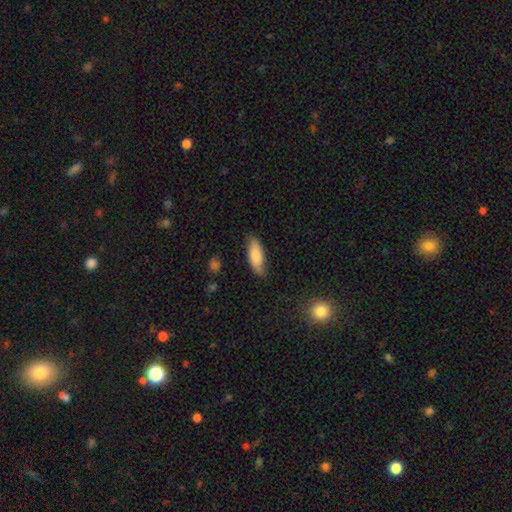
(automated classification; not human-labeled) The model was most divided on "how rounded": in between: 72%, cigar-shaped: 26%, round: 2%. More confident: smooth or featured — smooth (83%); merging — none (72%).